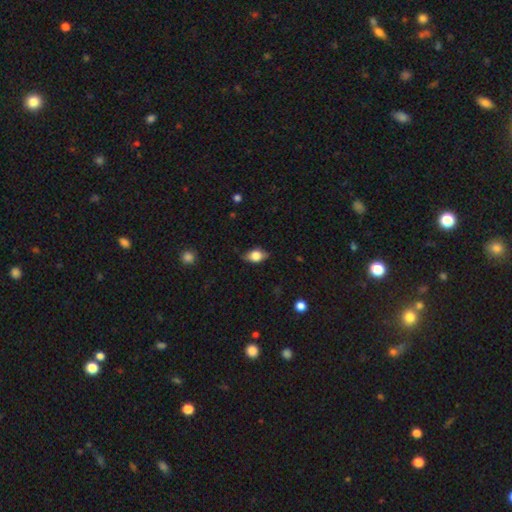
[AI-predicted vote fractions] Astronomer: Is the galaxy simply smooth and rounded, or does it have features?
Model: smooth — 62%.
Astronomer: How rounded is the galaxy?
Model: in between — 78%.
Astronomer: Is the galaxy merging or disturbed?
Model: none — 78%.